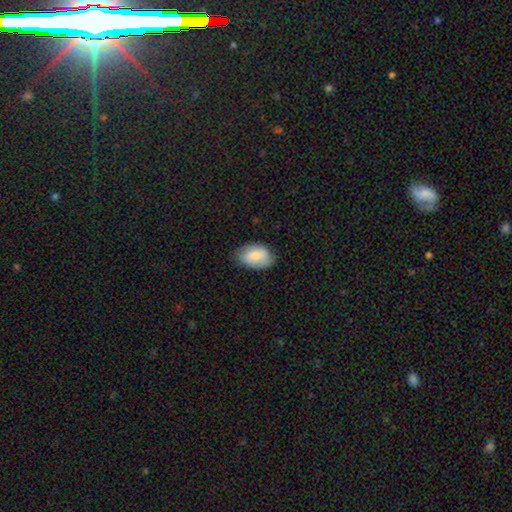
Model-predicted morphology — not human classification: smooth 74%, featured or disk 19%, star or artifact 6%. Down the decision tree: how rounded — in between (90%); merging — none (78%).